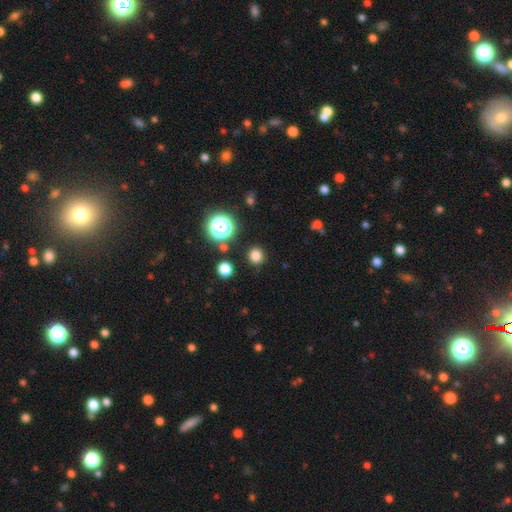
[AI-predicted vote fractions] Smooth or featured?
  - smooth: 78% *
  - star or artifact: 17%
  - featured or disk: 4%
How rounded?
  - round: 92% *
  - in between: 7%
  - cigar-shaped: 1%
Merging?
  - none: 89% *
  - minor disturbance: 6%
  - major disturbance: 3%
  - merger: 2%